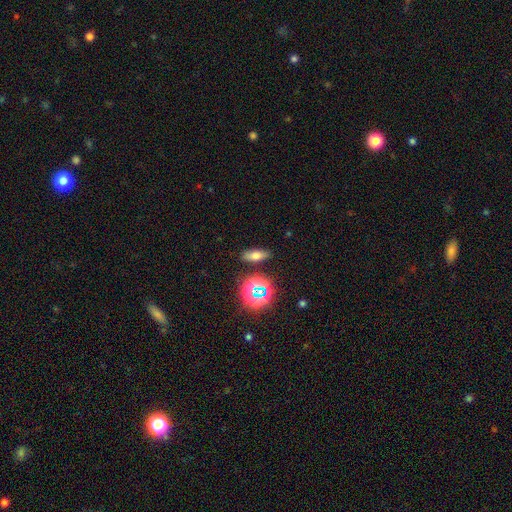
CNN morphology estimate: A smooth galaxy with no disk features (64%) that is in between round and cigar-shaped (63%). Merging: none (85%).